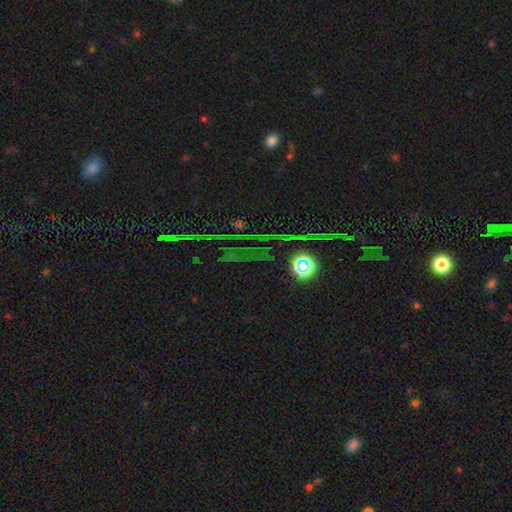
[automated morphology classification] smooth-or-featured: star or artifact: 74% | smooth: 14% | featured or disk: 12%